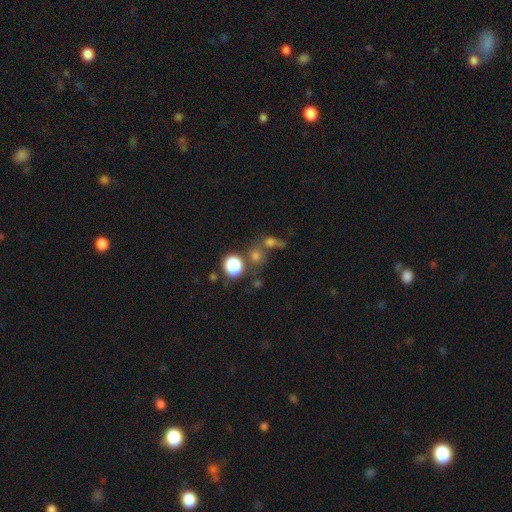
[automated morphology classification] A star or artifact, not a galaxy (52%).

Vote fractions:
- Smooth or featured? star or artifact: 52% / smooth: 33% / featured or disk: 15%